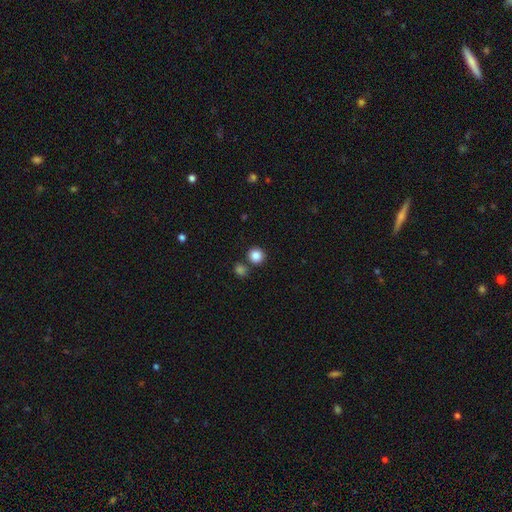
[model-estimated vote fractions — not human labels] smooth_or_featured: smooth (p=0.86) [alt: star or artifact p=0.10]
how_rounded: round (p=0.93) [alt: in between p=0.06]
merging: none (p=0.77) [alt: merger p=0.14]